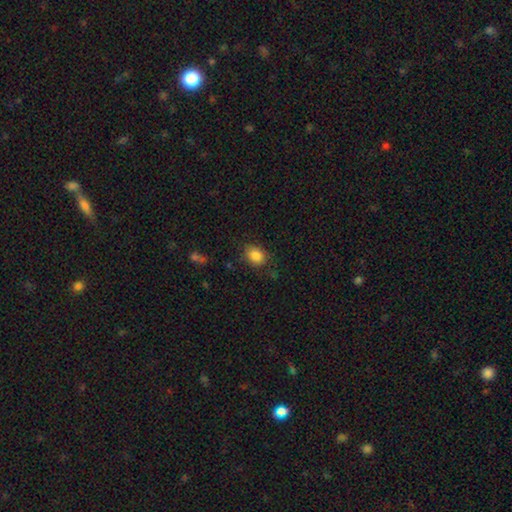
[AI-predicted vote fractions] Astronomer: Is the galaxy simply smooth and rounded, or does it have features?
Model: smooth — 85%.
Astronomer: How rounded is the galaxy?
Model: in between — 54% (runner-up: round, 45%).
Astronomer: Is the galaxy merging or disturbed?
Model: none — 79%.